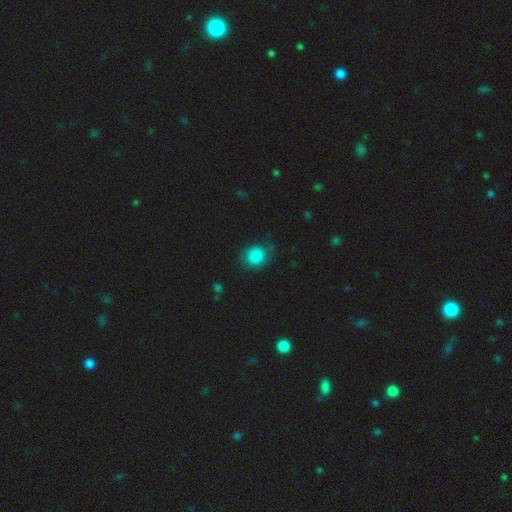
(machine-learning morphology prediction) smooth-or-featured: smooth: 85% | star or artifact: 9% | featured or disk: 6%
  how-rounded: round: 75% | in between: 24% | cigar-shaped: 1%
  merging: none: 74% | minor disturbance: 19% | major disturbance: 6% | merger: 2%